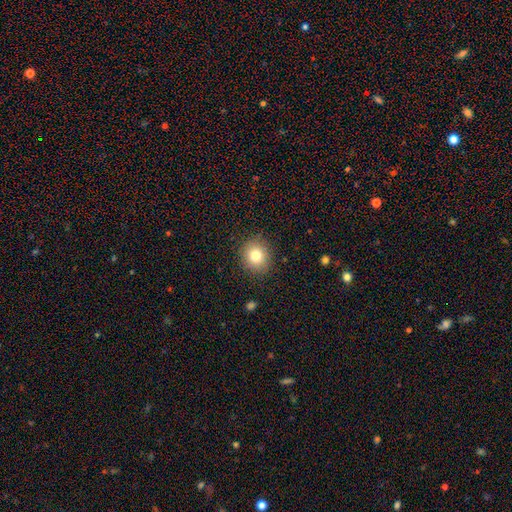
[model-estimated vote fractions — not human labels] smooth_or_featured: smooth (p=0.79) [alt: star or artifact p=0.11]
how_rounded: round (p=0.85) [alt: in between p=0.14]
merging: none (p=0.88) [alt: minor disturbance p=0.08]